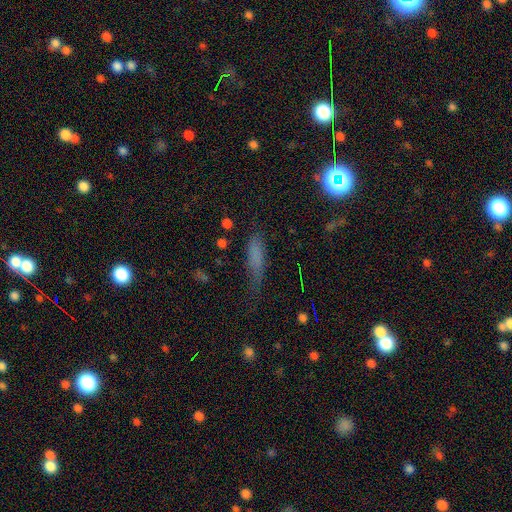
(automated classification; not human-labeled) Smooth or featured: smooth — 67% (featured or disk — 18%)
How rounded: cigar-shaped — 65% (in between — 31%)
Merging: none — 55% (minor disturbance — 28%)